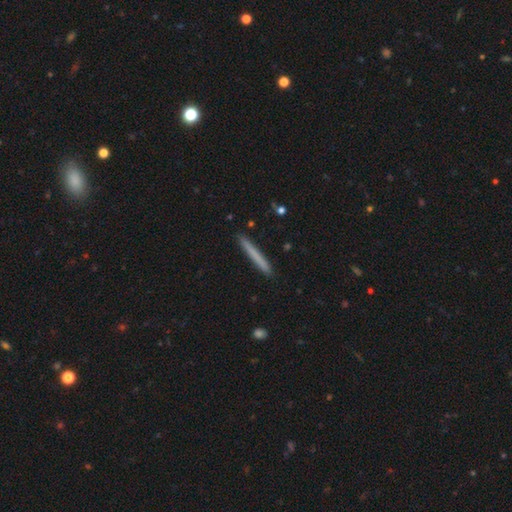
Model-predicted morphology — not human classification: The model was most divided on "smooth or featured": smooth: 70%, featured or disk: 24%, star or artifact: 6%. More confident: how rounded — cigar-shaped (97%); merging — none (91%).